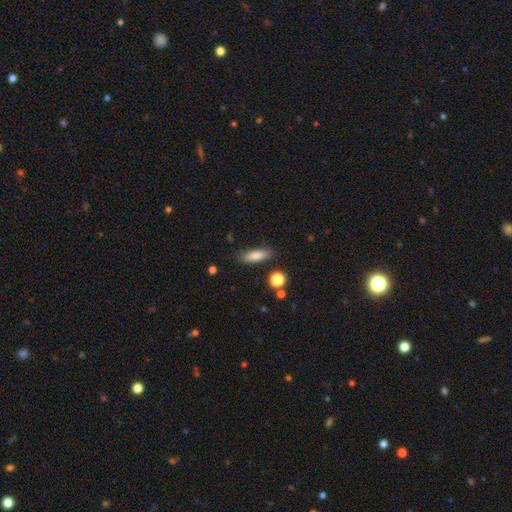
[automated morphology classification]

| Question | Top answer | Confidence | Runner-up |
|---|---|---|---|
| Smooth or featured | smooth | 80% | featured or disk (12%) |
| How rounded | cigar-shaped | 51% | in between (46%) |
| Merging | none | 84% | minor disturbance (11%) |